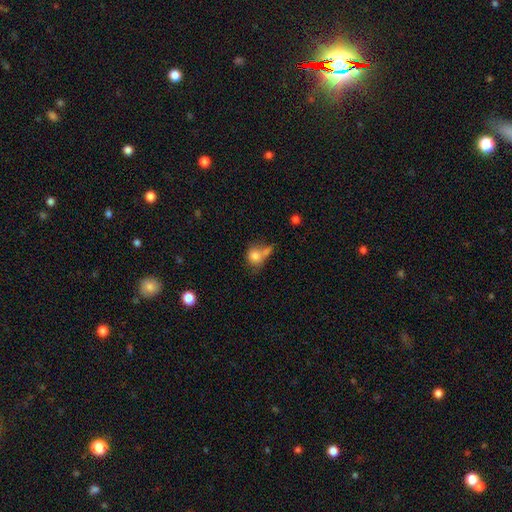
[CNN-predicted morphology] smooth-or-featured: smooth: 77% | featured or disk: 13% | star or artifact: 10%
  how-rounded: round: 63% | in between: 35% | cigar-shaped: 2%
  merging: merger: 34% | none: 32% | minor disturbance: 19% | major disturbance: 15%